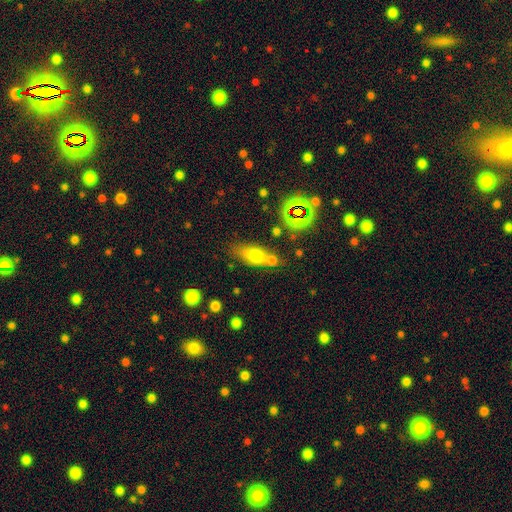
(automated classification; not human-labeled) Smooth or featured: smooth — 66% (featured or disk — 20%)
How rounded: in between — 71% (cigar-shaped — 21%)
Merging: none — 56% (merger — 23%)